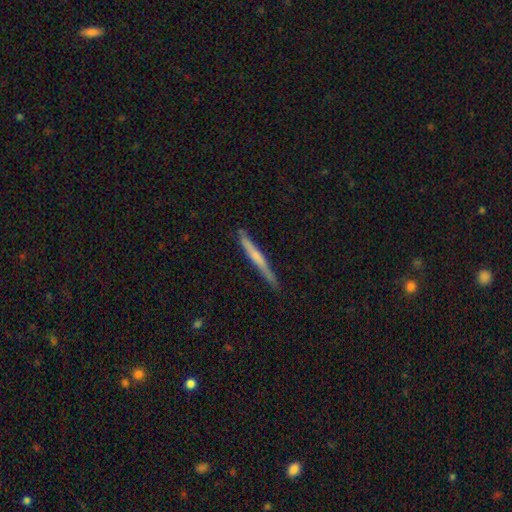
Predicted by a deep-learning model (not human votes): Smooth or featured? Predicted: smooth (p=0.51). How rounded? Predicted: cigar-shaped (p=0.97). Merging? Predicted: none (p=0.84).